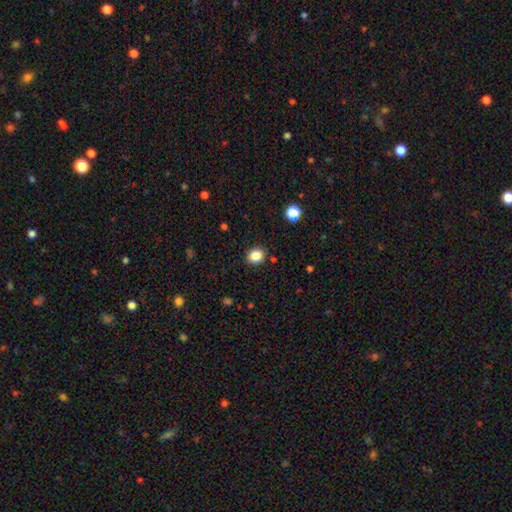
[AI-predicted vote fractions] Overall: smooth (85%). How rounded: round (69%; in between 30%). Merging: none (89%).